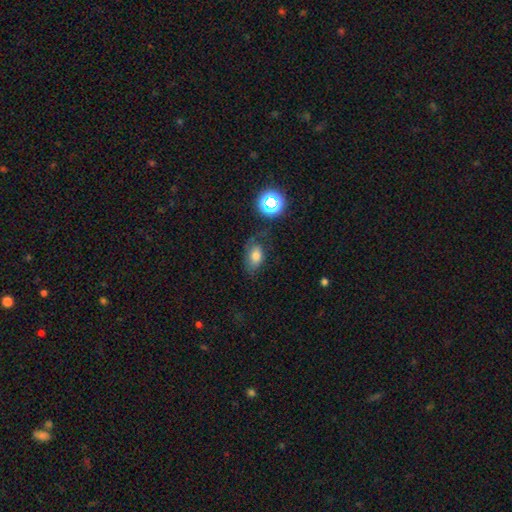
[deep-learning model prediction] smooth 70%, featured or disk 15%, star or artifact 14%. Down the decision tree: how rounded — in between (85%); merging — none (55%).